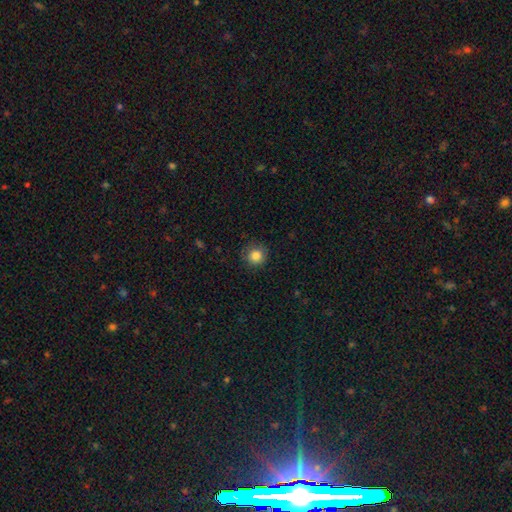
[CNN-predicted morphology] The model was most divided on "merging": none: 84%, minor disturbance: 12%, major disturbance: 3%, merger: 1%. More confident: how rounded — round (93%); smooth or featured — smooth (85%).